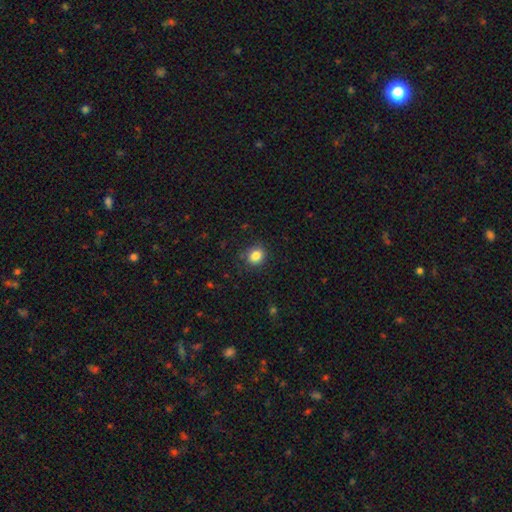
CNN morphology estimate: This appears to be a smooth galaxy with no disk features (84%) that is round (71%). Merging: none (83%).